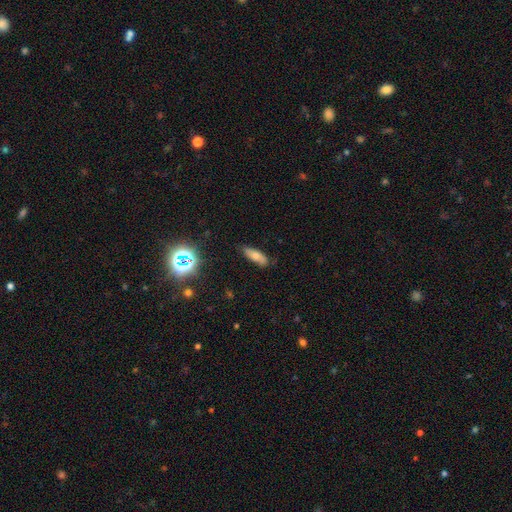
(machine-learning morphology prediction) This is likely a smooth galaxy (68%). How rounded: likely in between (62%). Merging: likely none (77%).